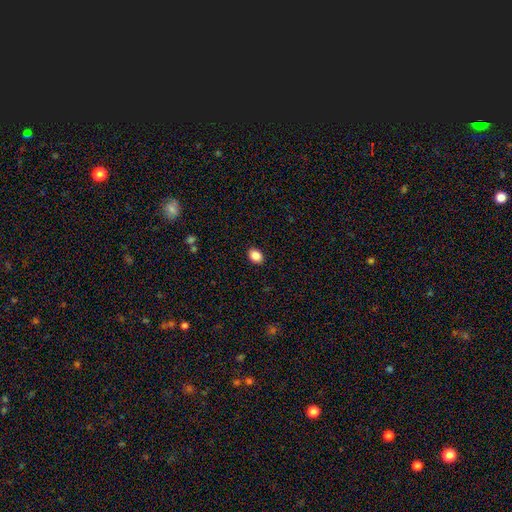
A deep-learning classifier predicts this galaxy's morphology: smooth_or_featured: smooth (p=0.87) [alt: star or artifact p=0.09]
how_rounded: in between (p=0.69) [alt: round p=0.30]
merging: none (p=0.90) [alt: minor disturbance p=0.07]